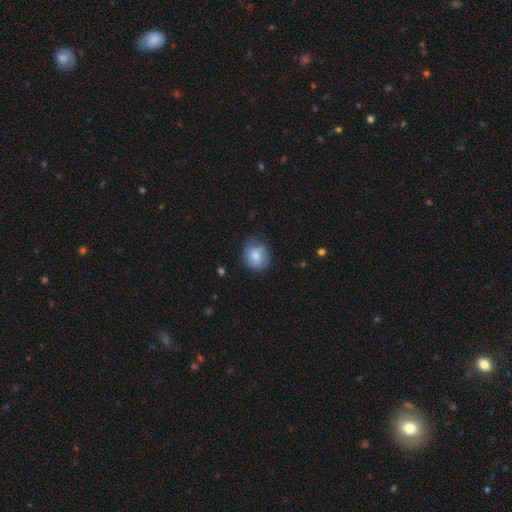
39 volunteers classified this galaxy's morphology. type=smooth (72%); roundness=round (86%); merging=none (77%).